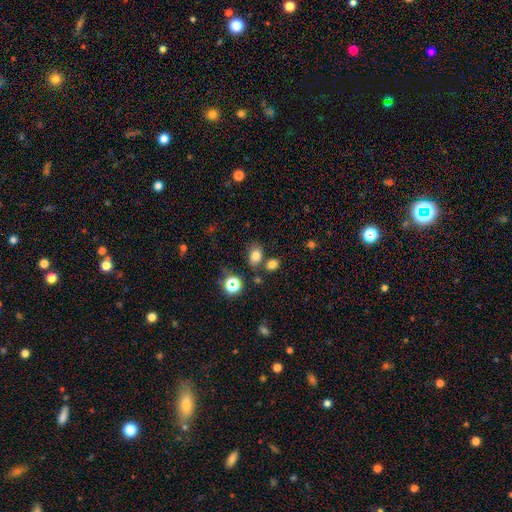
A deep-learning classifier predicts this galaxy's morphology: A smooth galaxy with no disk features (76%) that is in between round and cigar-shaped (66%). Merging: none (68%).